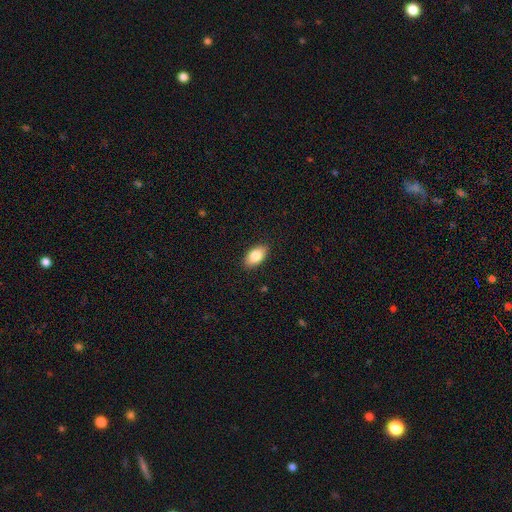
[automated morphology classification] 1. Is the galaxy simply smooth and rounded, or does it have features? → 83% smooth, 10% featured or disk, 7% star or artifact.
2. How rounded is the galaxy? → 93% in between, 5% round, 3% cigar-shaped.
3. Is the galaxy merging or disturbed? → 88% none, 9% minor disturbance, 2% major disturbance, 1% merger.